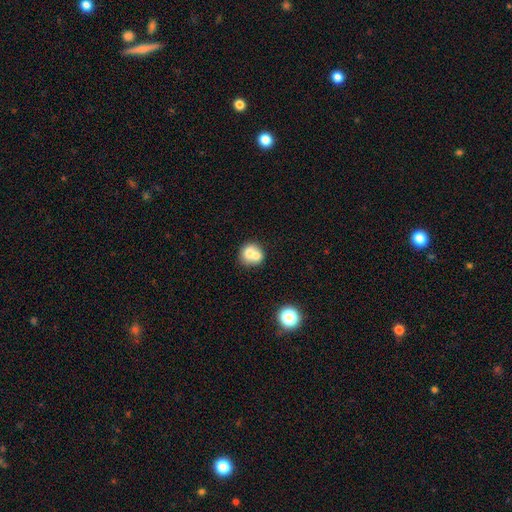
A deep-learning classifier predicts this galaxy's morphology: smooth 67%, featured or disk 24%, star or artifact 9%. Down the decision tree: how rounded — round (82%); merging — merger (56%).